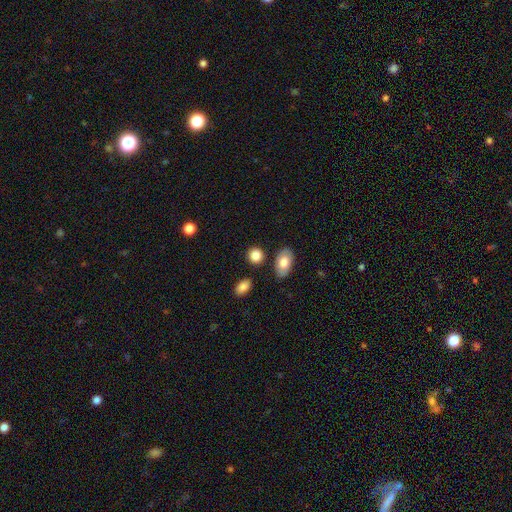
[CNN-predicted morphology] Smooth or featured?
  - smooth: 84% *
  - featured or disk: 8%
  - star or artifact: 8%
How rounded?
  - round: 58% *
  - in between: 40%
  - cigar-shaped: 2%
Merging?
  - none: 81% *
  - minor disturbance: 9%
  - merger: 7%
  - major disturbance: 3%